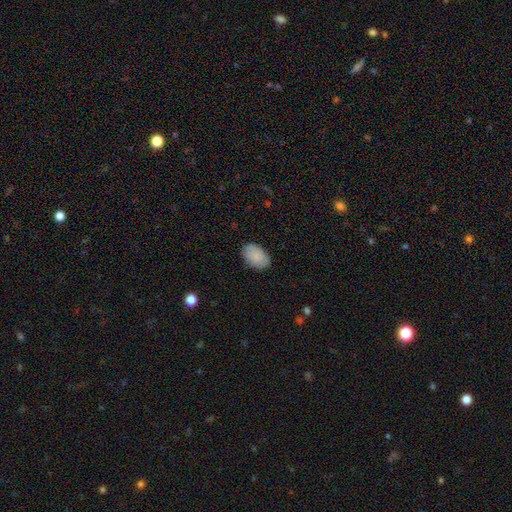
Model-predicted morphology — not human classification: smooth_or_featured: smooth (p=0.83) [alt: featured or disk p=0.11]
how_rounded: in between (p=0.88) [alt: round p=0.11]
merging: none (p=0.83) [alt: minor disturbance p=0.13]